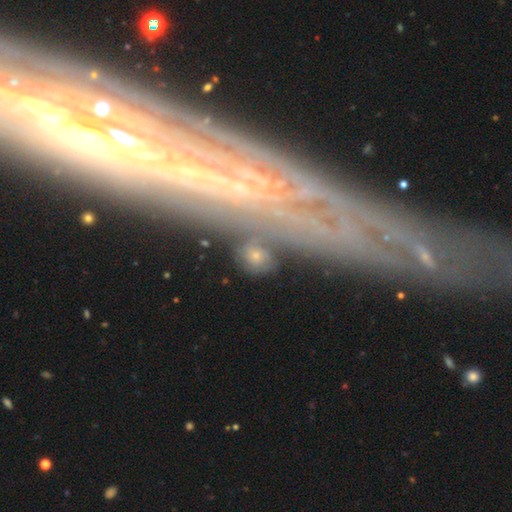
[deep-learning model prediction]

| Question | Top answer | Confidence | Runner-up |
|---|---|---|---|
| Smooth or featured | featured or disk | 44% | smooth (35%) |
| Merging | none | 61% | minor disturbance (16%) |